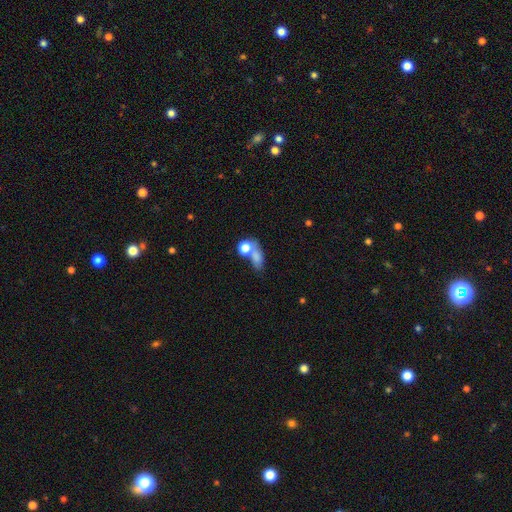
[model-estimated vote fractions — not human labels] smooth 73%, featured or disk 14%, star or artifact 13%. Down the decision tree: how rounded — in between (56%); merging — merger (44%).